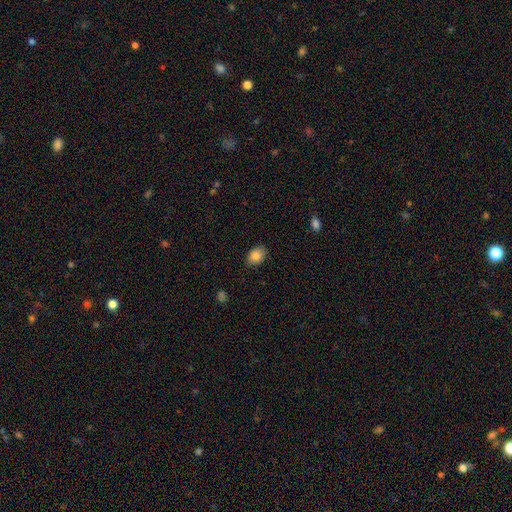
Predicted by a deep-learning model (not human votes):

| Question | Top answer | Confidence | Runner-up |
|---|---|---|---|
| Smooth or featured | smooth | 85% | star or artifact (8%) |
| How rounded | in between | 78% | round (21%) |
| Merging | none | 84% | minor disturbance (12%) |